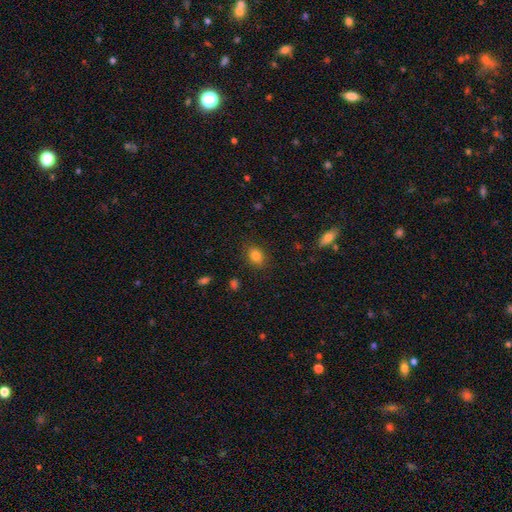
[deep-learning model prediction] This appears to be a smooth galaxy with no disk features (83%) that is in between round and cigar-shaped (61%). Merging: none (86%).